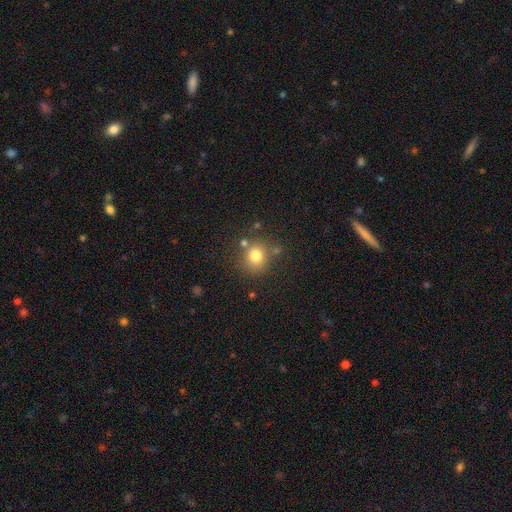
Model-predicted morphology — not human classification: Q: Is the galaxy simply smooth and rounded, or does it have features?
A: smooth — 78%.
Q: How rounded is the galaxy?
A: round — 83%.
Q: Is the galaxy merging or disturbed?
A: none — 73%.